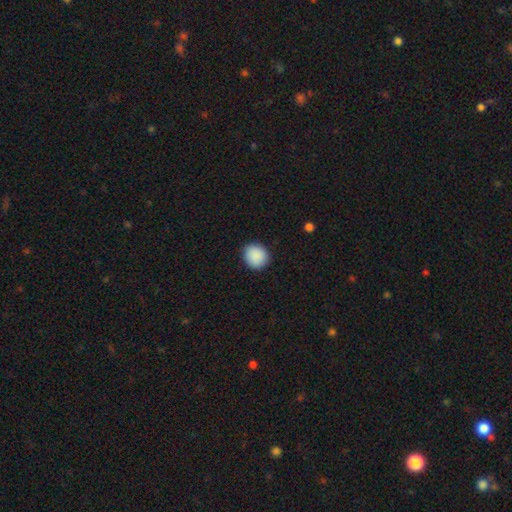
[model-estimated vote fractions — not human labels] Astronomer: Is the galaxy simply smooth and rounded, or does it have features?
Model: smooth — 90%.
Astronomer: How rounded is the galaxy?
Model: round — 86%.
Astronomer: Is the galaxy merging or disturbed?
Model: none — 91%.